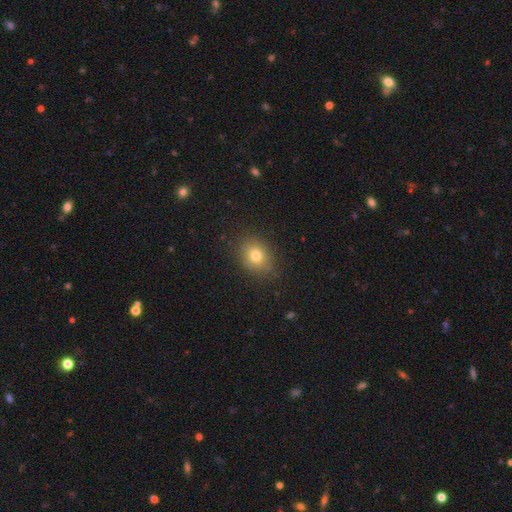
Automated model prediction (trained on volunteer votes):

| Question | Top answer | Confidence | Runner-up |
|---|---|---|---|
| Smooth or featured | smooth | 78% | star or artifact (11%) |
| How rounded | in between | 50% | round (49%) |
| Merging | none | 83% | minor disturbance (13%) |